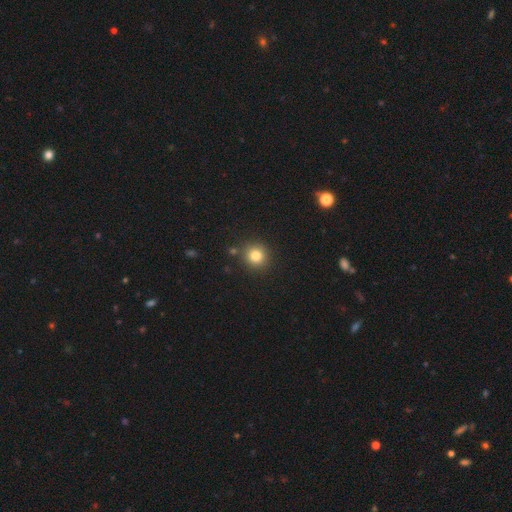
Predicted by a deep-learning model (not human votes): This appears to be a smooth galaxy with no disk features (81%) that is round (92%). Merging: none (86%).